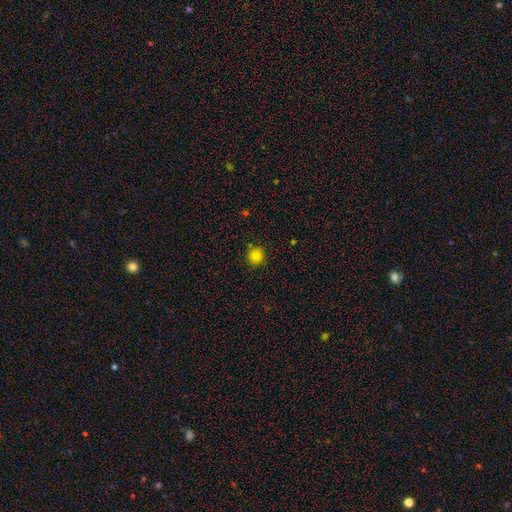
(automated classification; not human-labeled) Morphology: type=smooth (82%); roundness=round (92%); merging=none (88%).